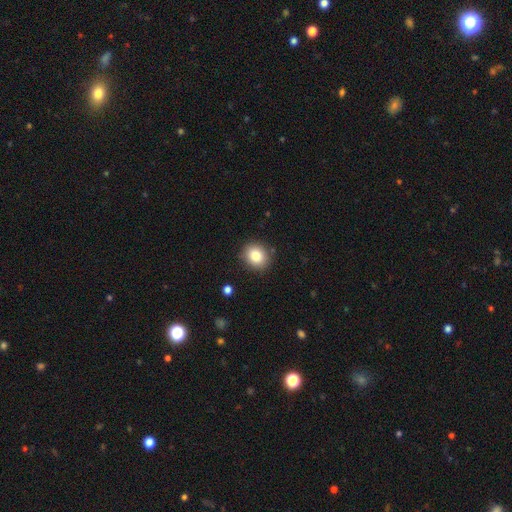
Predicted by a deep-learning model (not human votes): A smooth galaxy with no disk features (83%) that is round (77%).

Vote fractions:
- Smooth or featured? smooth: 83% / star or artifact: 10% / featured or disk: 7%
- How rounded? round: 77% / in between: 22% / cigar-shaped: 1%
- Merging? none: 87% / minor disturbance: 9% / major disturbance: 2% / merger: 2%